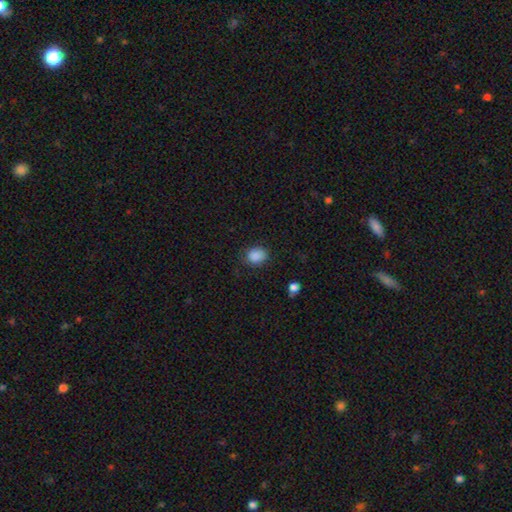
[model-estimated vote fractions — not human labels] Overall: smooth (87%). How rounded: round (53%; in between 46%). Merging: none (79%).